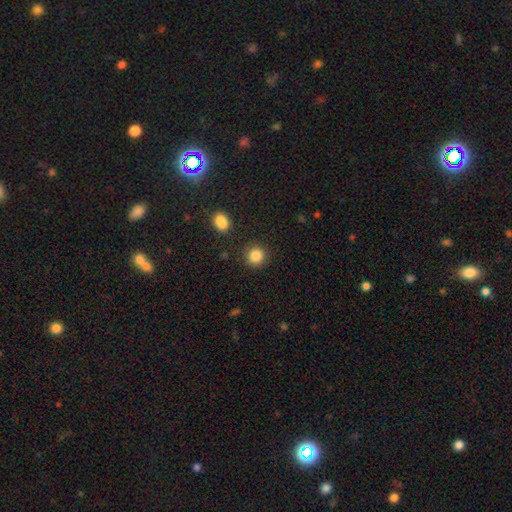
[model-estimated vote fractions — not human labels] A smooth galaxy with no disk features (86%) that is round (89%).

Vote fractions:
- Smooth or featured? smooth: 86% / star or artifact: 10% / featured or disk: 4%
- How rounded? round: 89% / in between: 10% / cigar-shaped: 1%
- Merging? none: 88% / minor disturbance: 7% / major disturbance: 3% / merger: 2%